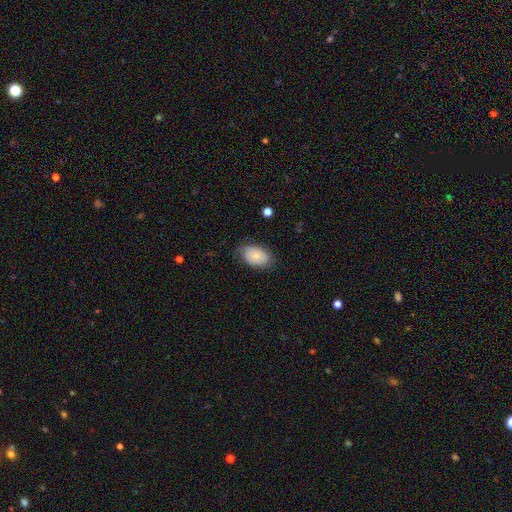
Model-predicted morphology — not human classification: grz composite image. It shows a smooth galaxy with no disk features (74%) that is in between round and cigar-shaped (90%). Merging: none (68%).